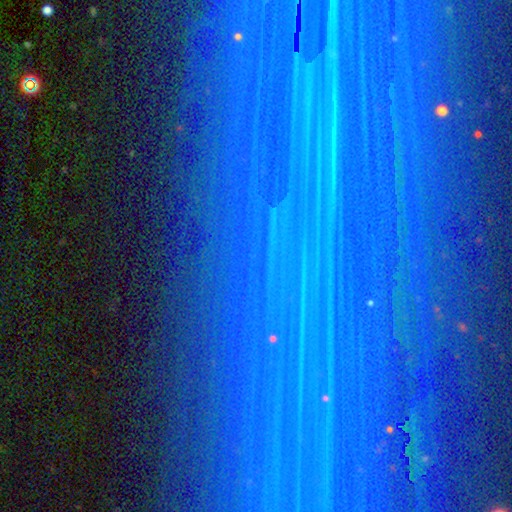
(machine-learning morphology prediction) A star or artifact, not a galaxy (83%).

Vote fractions:
- Smooth or featured? star or artifact: 83% / featured or disk: 9% / smooth: 8%